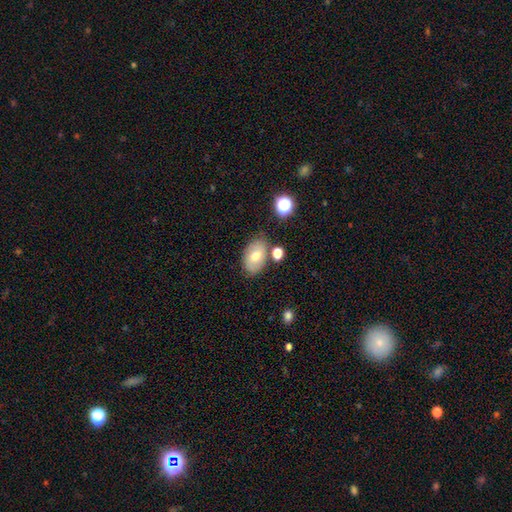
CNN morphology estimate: This appears to be a smooth galaxy with no disk features (66%) that is in between round and cigar-shaped (85%). Merging: none (72%).